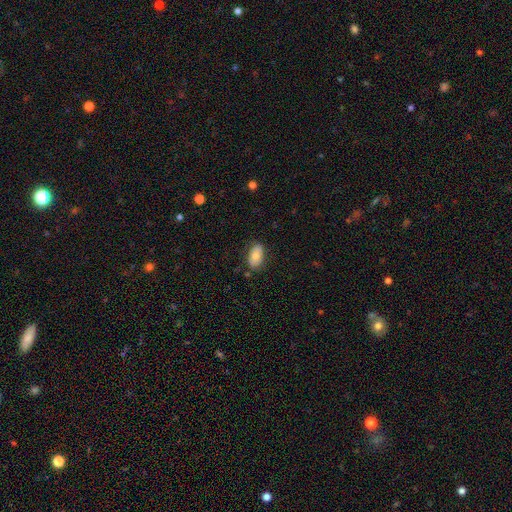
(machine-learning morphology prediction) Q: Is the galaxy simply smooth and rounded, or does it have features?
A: smooth — 74%.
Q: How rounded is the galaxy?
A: in between — 93%.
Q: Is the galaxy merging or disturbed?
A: none — 79%.